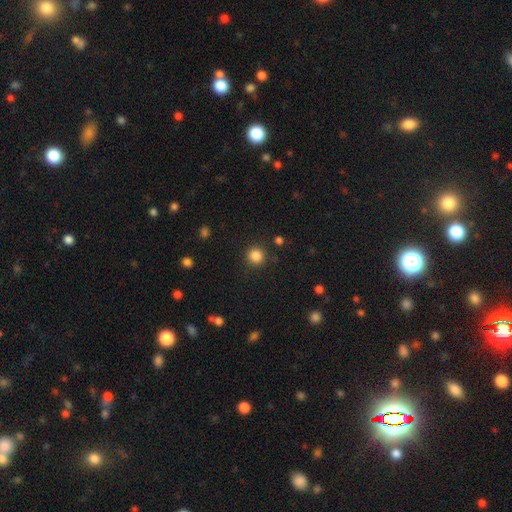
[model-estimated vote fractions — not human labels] A smooth galaxy with no disk features (85%) that is round (93%). Merging: none (89%).